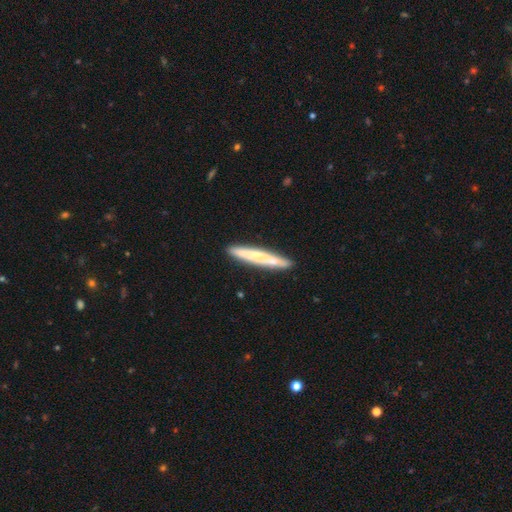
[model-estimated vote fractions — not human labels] The model was most divided on "smooth or featured": smooth: 56%, featured or disk: 38%, star or artifact: 6%. More confident: how rounded — cigar-shaped (96%); merging — none (88%).